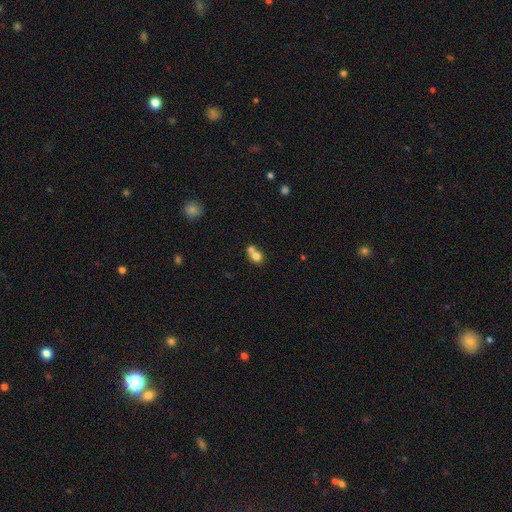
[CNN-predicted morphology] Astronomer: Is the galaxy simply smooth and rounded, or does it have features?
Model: smooth — 74%.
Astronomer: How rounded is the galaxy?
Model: round — 68%.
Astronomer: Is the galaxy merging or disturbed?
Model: merger — 62%.